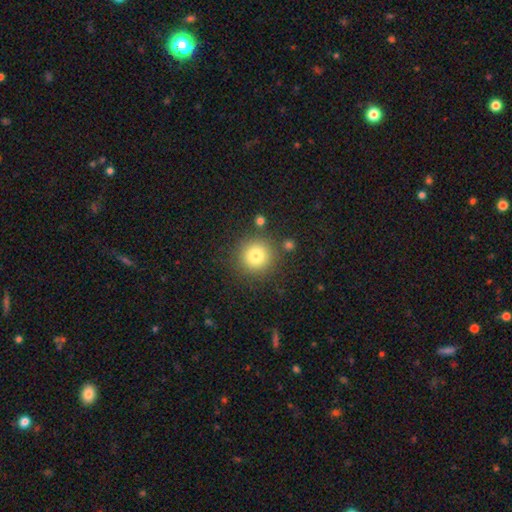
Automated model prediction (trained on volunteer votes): smooth_or_featured: smooth (p=0.79) [alt: star or artifact p=0.12]
how_rounded: round (p=0.95) [alt: in between p=0.04]
merging: none (p=0.85) [alt: minor disturbance p=0.08]